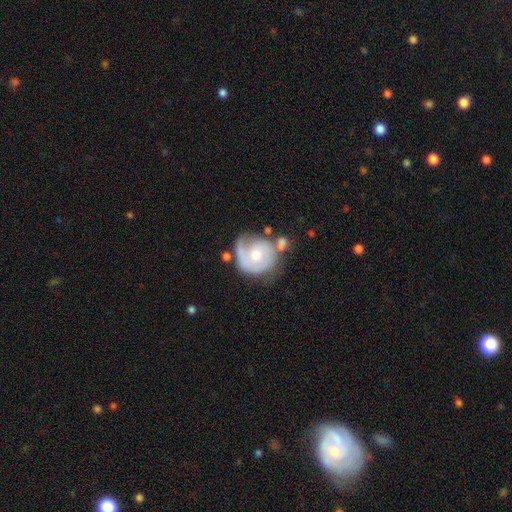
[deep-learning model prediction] Smooth or featured? featured or disk (72%)
Edge-on disk? no (98%)
Bar? no (74%)
Spiral arms? yes (84%)
Spiral winding? tight (57%)
Spiral arm count? 1 (44%)
Bulge size? moderate (68%)
Merging? none (50%)